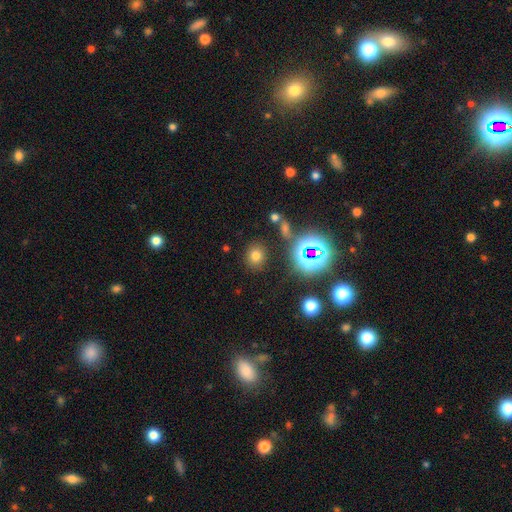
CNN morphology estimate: Smooth or featured: smooth — 67% (star or artifact — 24%)
How rounded: round — 75% (in between — 24%)
Merging: none — 85% (minor disturbance — 8%)